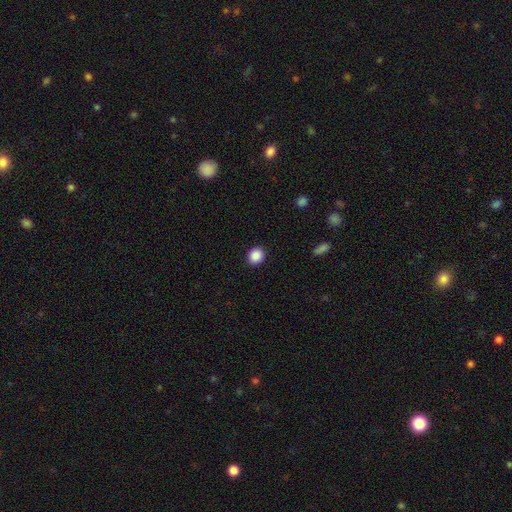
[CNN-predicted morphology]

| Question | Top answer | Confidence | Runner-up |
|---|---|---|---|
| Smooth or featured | smooth | 88% | star or artifact (9%) |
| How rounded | round | 79% | in between (20%) |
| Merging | none | 92% | minor disturbance (5%) |